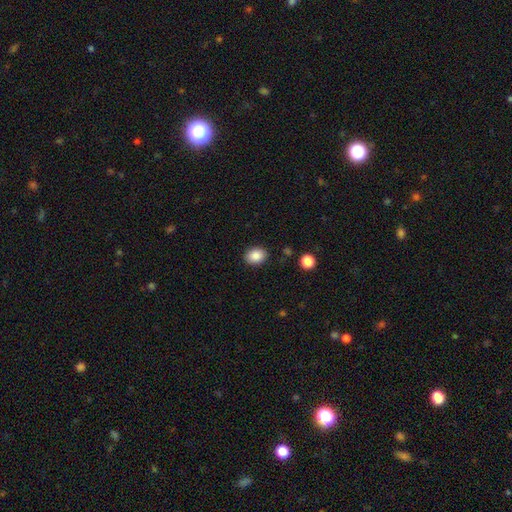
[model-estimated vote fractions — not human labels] smooth_or_featured: smooth (p=0.87) [alt: star or artifact p=0.09]
how_rounded: in between (p=0.59) [alt: round p=0.41]
merging: none (p=0.88) [alt: minor disturbance p=0.08]